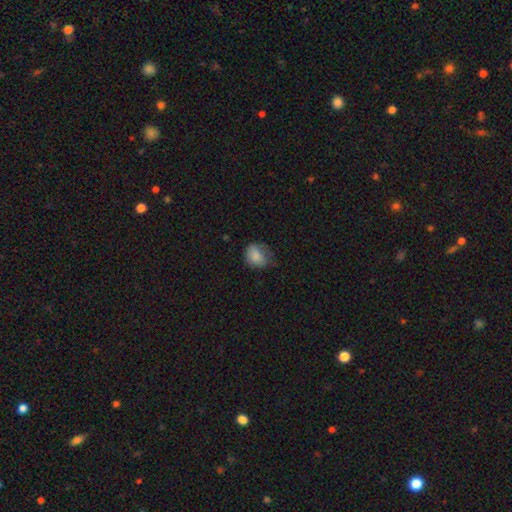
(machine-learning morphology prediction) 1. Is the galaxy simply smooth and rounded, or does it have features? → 81% smooth, 10% featured or disk, 9% star or artifact.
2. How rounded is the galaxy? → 55% round, 44% in between, 1% cigar-shaped.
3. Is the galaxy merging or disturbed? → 53% none, 32% minor disturbance, 14% major disturbance, 1% merger.